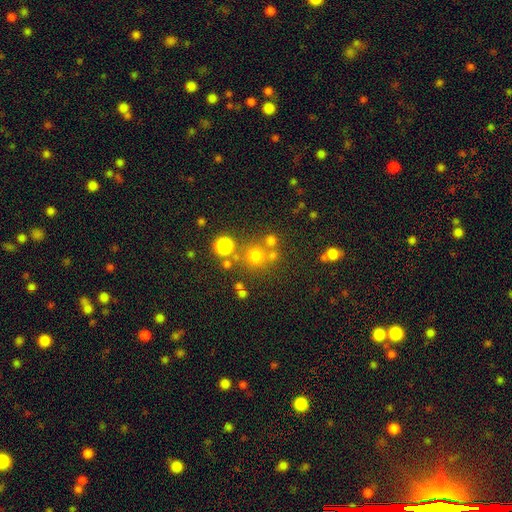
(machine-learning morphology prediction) This is likely a smooth galaxy (68%). How rounded: clearly round (92%). Merging: likely none (70%).